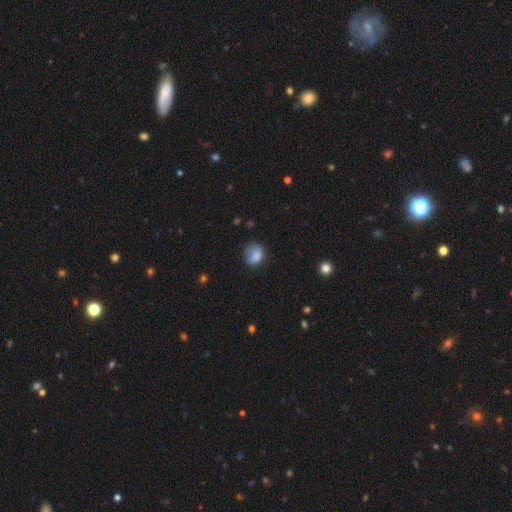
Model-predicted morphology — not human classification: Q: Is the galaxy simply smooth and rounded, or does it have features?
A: smooth — 76%.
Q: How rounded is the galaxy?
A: round — 49%, tied with in between.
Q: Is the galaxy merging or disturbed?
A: none — 44%.